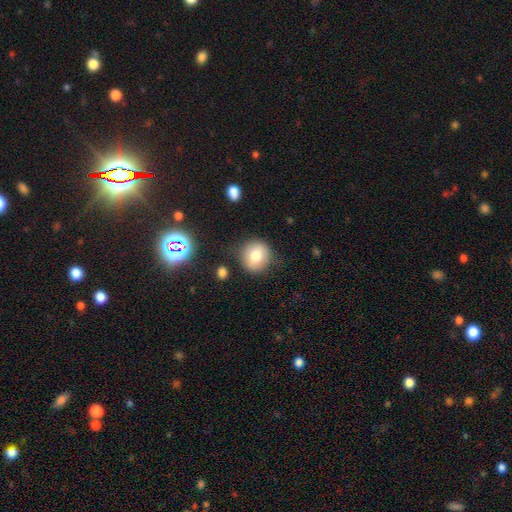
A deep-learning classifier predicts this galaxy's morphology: The model was most divided on "smooth or featured": smooth: 76%, featured or disk: 13%, star or artifact: 11%. More confident: how rounded — round (88%); merging — none (82%).